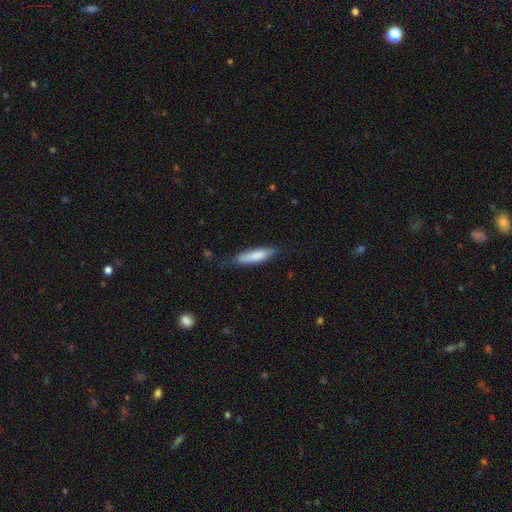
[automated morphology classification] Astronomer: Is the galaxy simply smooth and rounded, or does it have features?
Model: smooth — 81%.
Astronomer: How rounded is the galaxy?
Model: cigar-shaped — 69%.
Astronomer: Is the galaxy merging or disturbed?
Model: none — 74%.